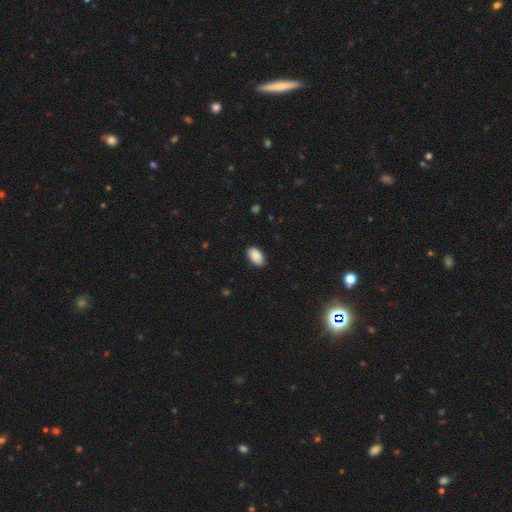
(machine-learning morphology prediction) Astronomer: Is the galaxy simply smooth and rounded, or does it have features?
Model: smooth — 90%.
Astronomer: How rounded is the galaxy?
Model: in between — 94%.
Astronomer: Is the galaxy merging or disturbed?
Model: none — 87%.